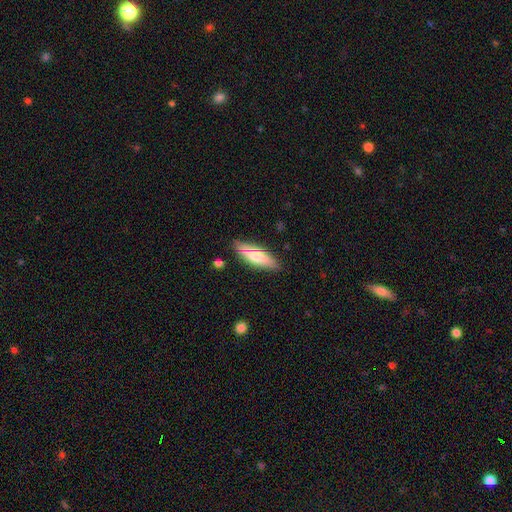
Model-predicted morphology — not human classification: type=smooth (65%); roundness=cigar-shaped (51%); merging=none (82%).